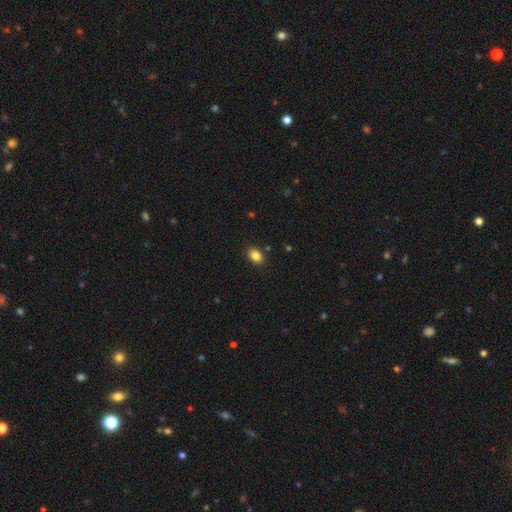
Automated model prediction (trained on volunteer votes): Overall: smooth (84%). How rounded: in between (78%). Merging: none (87%).